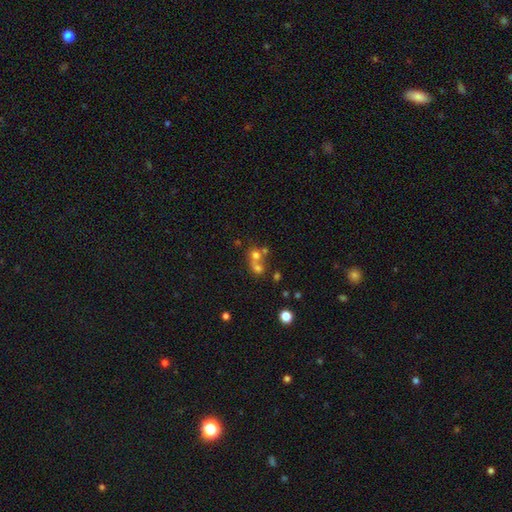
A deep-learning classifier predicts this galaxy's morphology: Smooth or featured: smooth — 62% (featured or disk — 20%)
How rounded: round — 78% (in between — 21%)
Merging: merger — 59% (none — 30%)